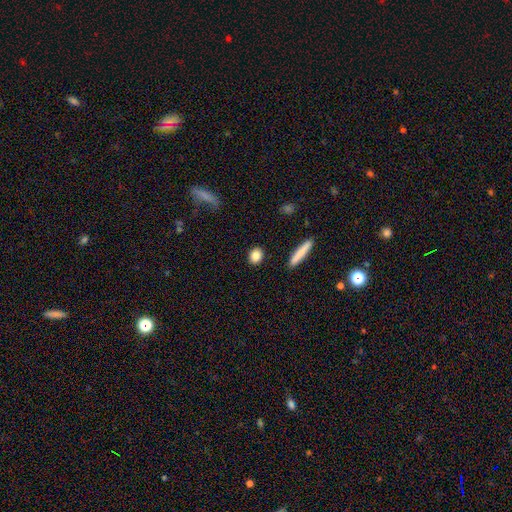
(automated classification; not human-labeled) Smooth or featured: smooth — 85% (star or artifact — 8%)
How rounded: round — 60% (in between — 36%)
Merging: none — 90% (minor disturbance — 6%)